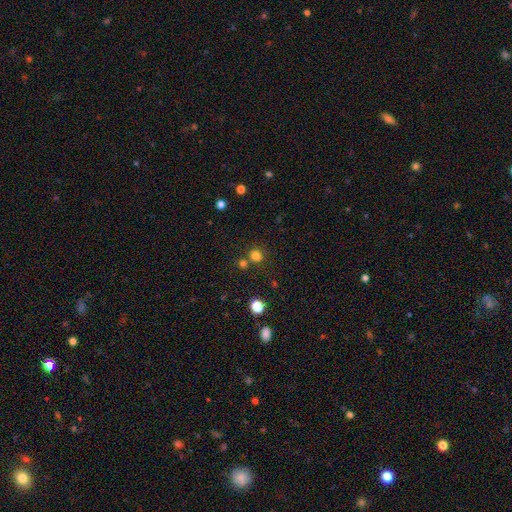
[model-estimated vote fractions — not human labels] Morphology: type=smooth (77%); roundness=round (92%); merging=none (75%).